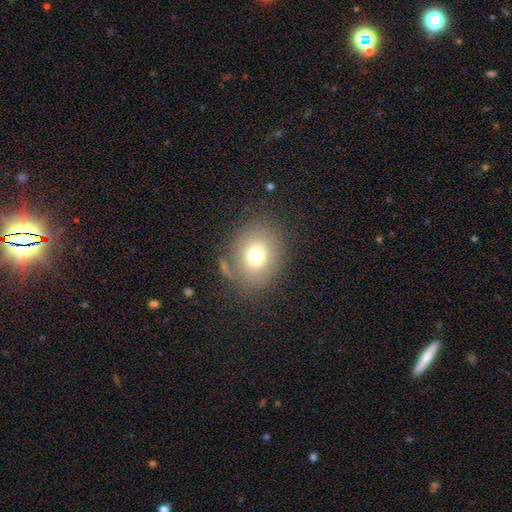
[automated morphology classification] Smooth or featured? Predicted: smooth (p=0.71). How rounded? Predicted: round (p=0.67). Merging? Predicted: none (p=0.76).